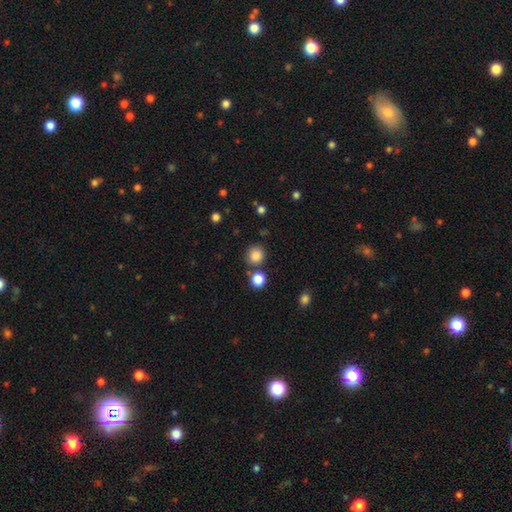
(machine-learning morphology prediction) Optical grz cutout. It shows a smooth galaxy with no disk features (84%) that is round (91%). Merging: none (81%).